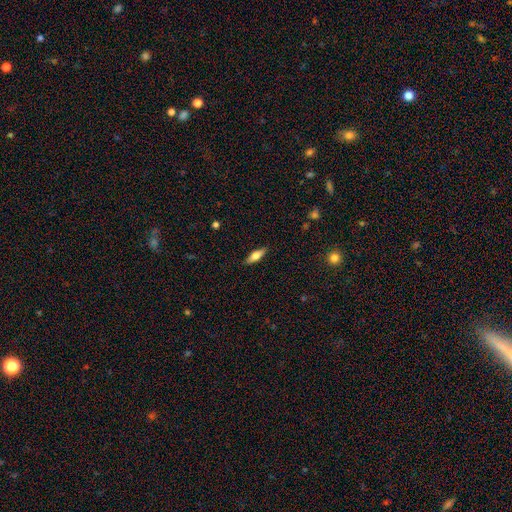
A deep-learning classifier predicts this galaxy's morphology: smooth 64%, featured or disk 30%, star or artifact 6%. Down the decision tree: how rounded — in between (55%); merging — none (87%).